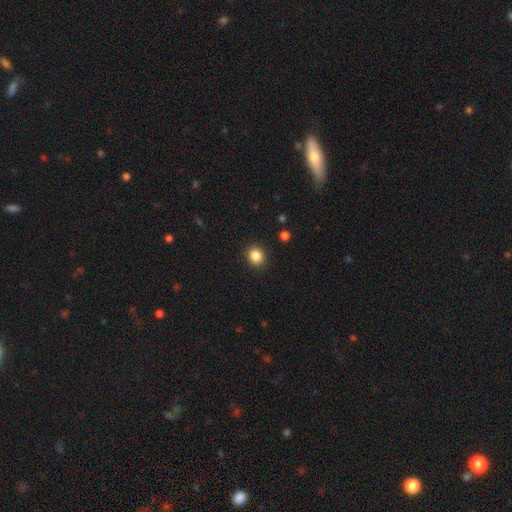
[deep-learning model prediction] A smooth galaxy with no disk features (86%) that is round (73%).

Vote fractions:
- Smooth or featured? smooth: 86% / star or artifact: 10% / featured or disk: 4%
- How rounded? round: 73% / in between: 27% / cigar-shaped: 1%
- Merging? none: 91% / minor disturbance: 6% / major disturbance: 2% / merger: 1%